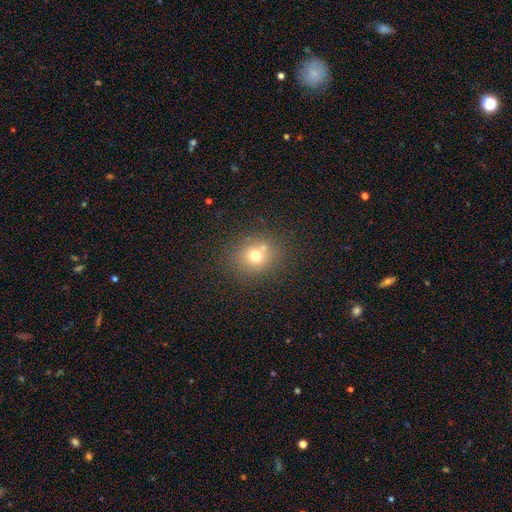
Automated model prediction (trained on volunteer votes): This appears to be a smooth galaxy with no disk features (70%) that is round (74%). Merging: none (63%).